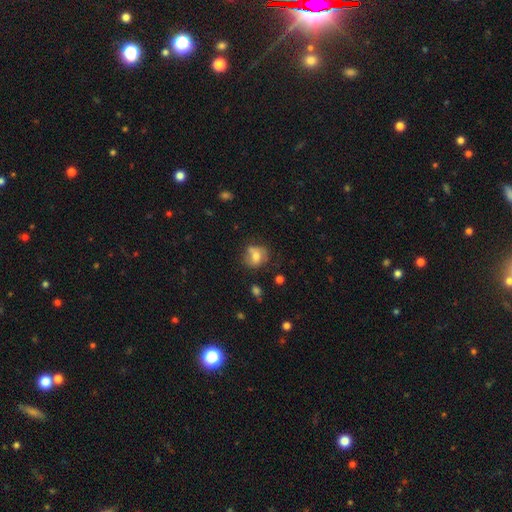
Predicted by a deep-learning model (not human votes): This appears to be a smooth galaxy with no disk features (65%) that is round (61%). Merging: none (52%).